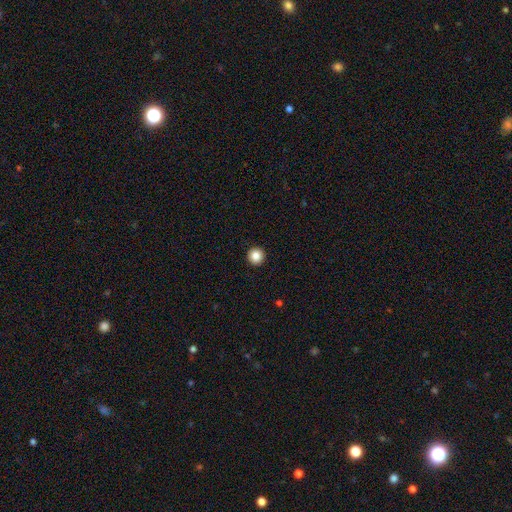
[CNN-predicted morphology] A smooth galaxy with no disk features (85%) that is round (96%).

Vote fractions:
- Smooth or featured? smooth: 85% / star or artifact: 10% / featured or disk: 5%
- How rounded? round: 96% / in between: 3% / cigar-shaped: 1%
- Merging? none: 94% / minor disturbance: 4% / major disturbance: 1% / merger: 1%